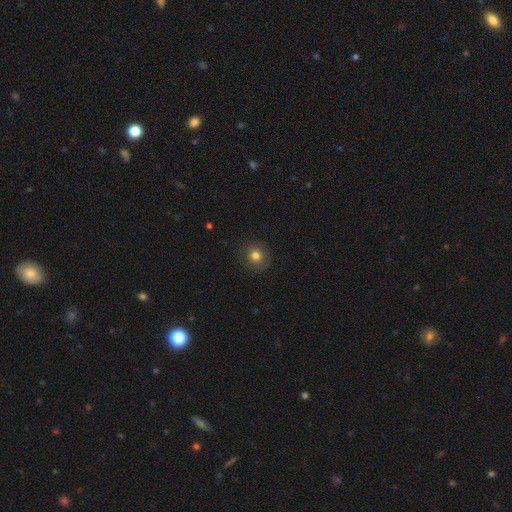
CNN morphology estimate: smooth 78%, star or artifact 13%, featured or disk 9%. Down the decision tree: how rounded — round (90%); merging — none (87%).